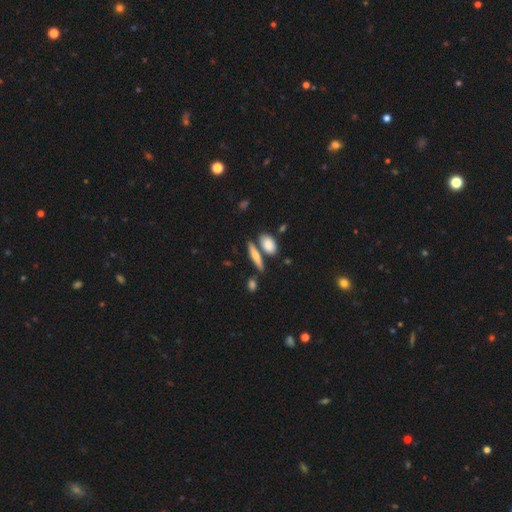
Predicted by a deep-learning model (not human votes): Smooth or featured? smooth (65%)
How rounded? cigar-shaped (51%)
Merging? none (68%)